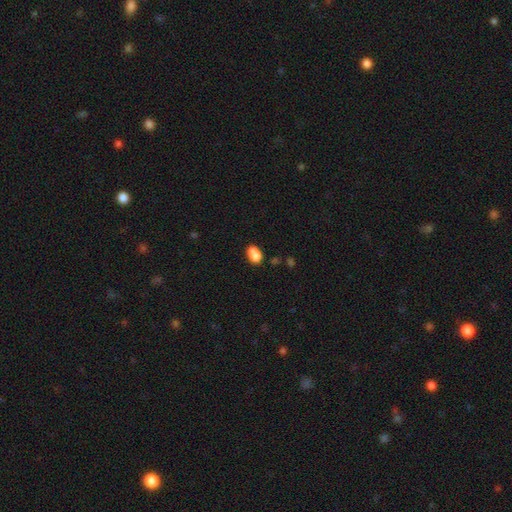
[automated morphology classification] smooth_or_featured: smooth (p=0.76) [alt: featured or disk p=0.14]
how_rounded: in between (p=0.69) [alt: round p=0.30]
merging: merger (p=0.46) [alt: none p=0.34]